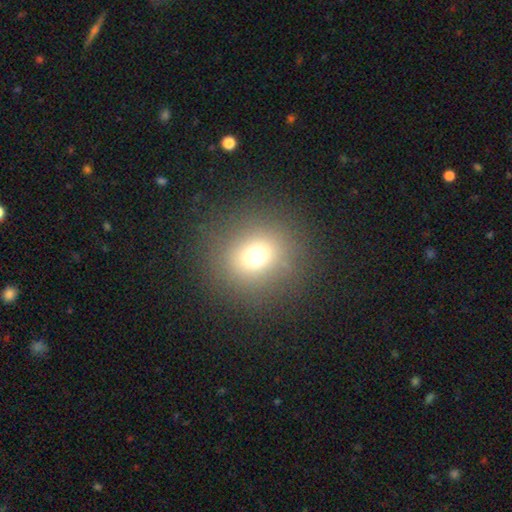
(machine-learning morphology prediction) This is likely a smooth galaxy (67%). How rounded: clearly round (86%). Merging: clearly none (86%).